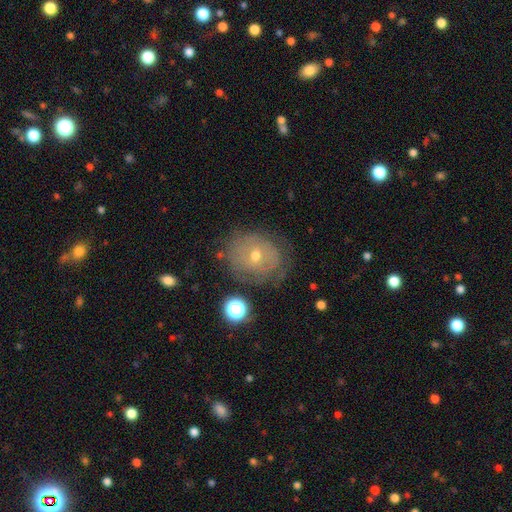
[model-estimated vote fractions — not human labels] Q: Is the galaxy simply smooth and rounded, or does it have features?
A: featured or disk — 50%.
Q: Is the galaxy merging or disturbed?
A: none — 66%.